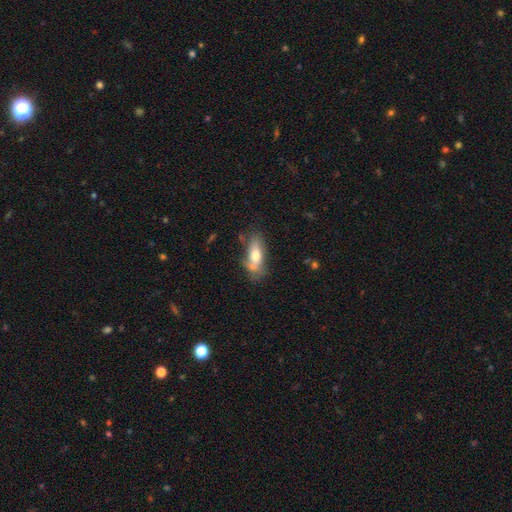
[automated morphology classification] This is likely a smooth galaxy (65%). How rounded: likely in between (70%). Merging: possibly none (48%).